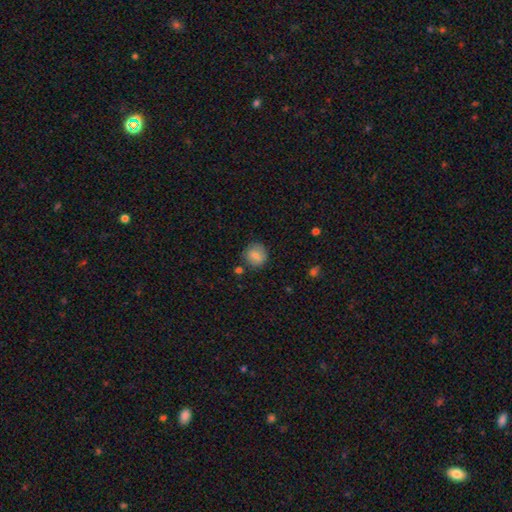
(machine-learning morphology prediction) Q: Smooth or featured?
A: smooth (81%); runner-up: featured or disk (10%)
Q: How rounded?
A: round (91%); runner-up: in between (8%)
Q: Merging?
A: none (81%); runner-up: minor disturbance (12%)